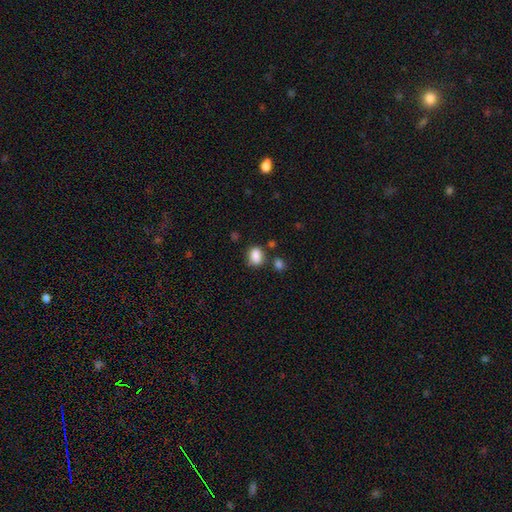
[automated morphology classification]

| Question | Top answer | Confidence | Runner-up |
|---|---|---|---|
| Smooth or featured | smooth | 86% | star or artifact (9%) |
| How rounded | in between | 68% | round (30%) |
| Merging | none | 69% | minor disturbance (16%) |